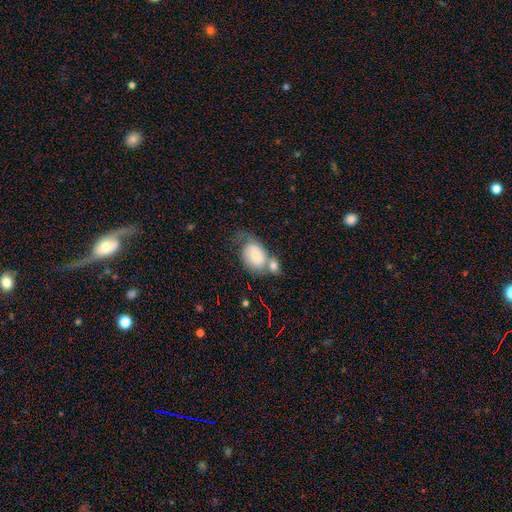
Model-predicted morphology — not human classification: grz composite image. It shows a smooth galaxy with no disk features (64%) that is in between round and cigar-shaped (73%). Merging: merger (47%).